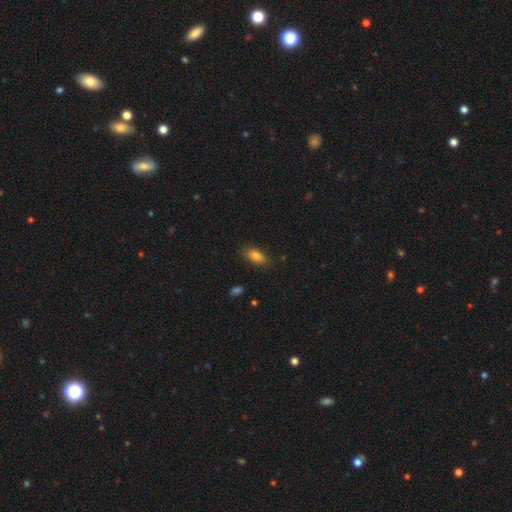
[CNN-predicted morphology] smooth_or_featured: smooth (p=0.84) [alt: star or artifact p=0.09]
how_rounded: in between (p=0.87) [alt: cigar-shaped p=0.09]
merging: none (p=0.83) [alt: minor disturbance p=0.12]